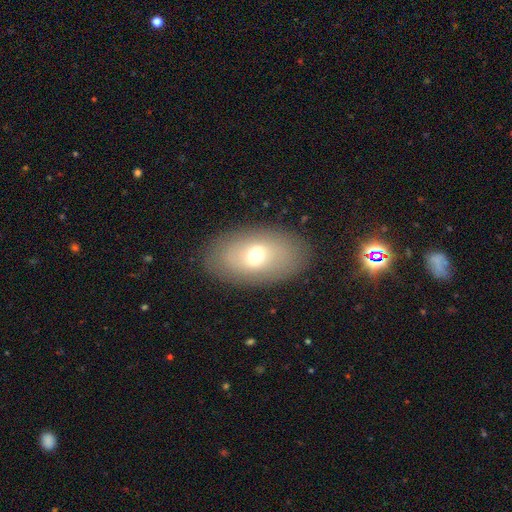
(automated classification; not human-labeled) A smooth galaxy with no disk features (57%) that is in between round and cigar-shaped (88%).

Vote fractions:
- Smooth or featured? smooth: 57% / featured or disk: 33% / star or artifact: 10%
- How rounded? in between: 88% / round: 10% / cigar-shaped: 2%
- Merging? none: 85% / minor disturbance: 9% / major disturbance: 4% / merger: 1%